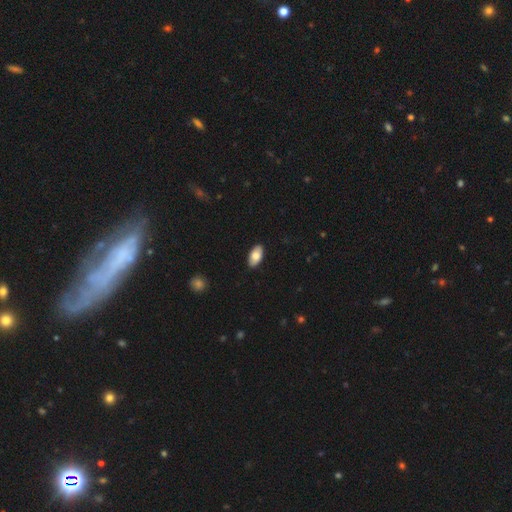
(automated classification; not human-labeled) The model was most divided on "smooth or featured": smooth: 79%, featured or disk: 14%, star or artifact: 6%. More confident: how rounded — in between (94%); merging — none (89%).